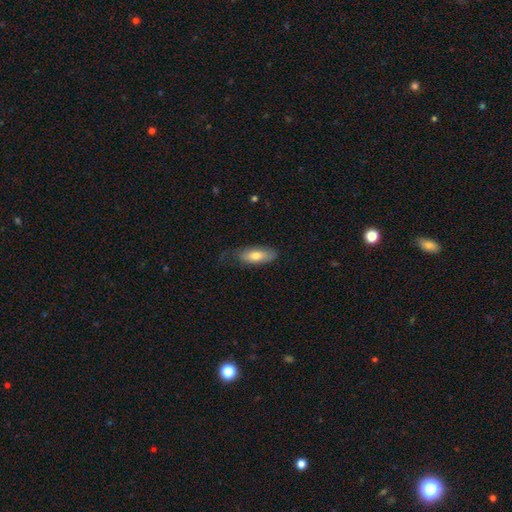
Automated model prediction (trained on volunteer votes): This is likely a smooth galaxy (73%). How rounded: likely in between (80%). Merging: likely none (60%).